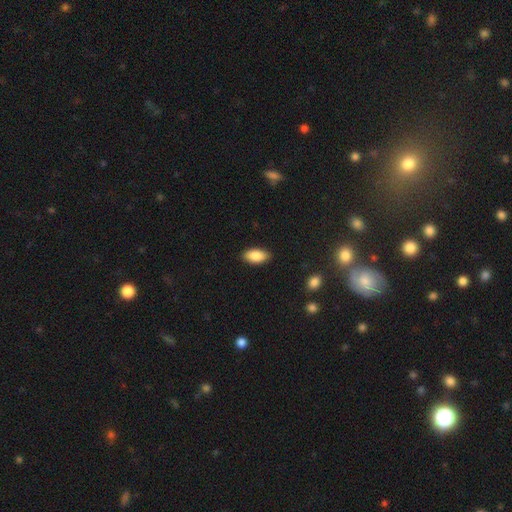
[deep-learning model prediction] Q: Smooth or featured?
A: smooth (86%); runner-up: featured or disk (7%)
Q: How rounded?
A: in between (92%); runner-up: cigar-shaped (5%)
Q: Merging?
A: none (88%); runner-up: minor disturbance (9%)